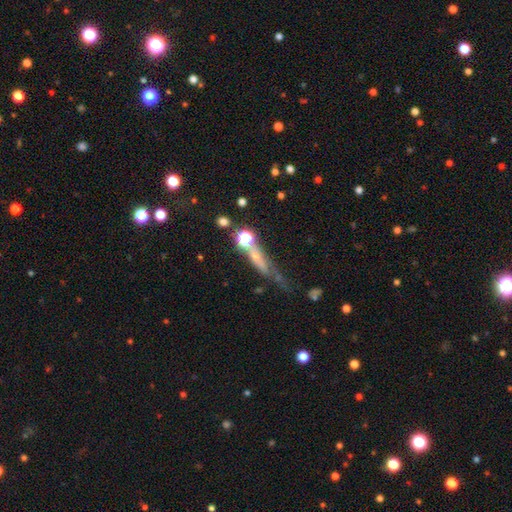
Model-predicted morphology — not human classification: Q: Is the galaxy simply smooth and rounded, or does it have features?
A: smooth — 41%.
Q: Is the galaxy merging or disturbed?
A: none — 42%.